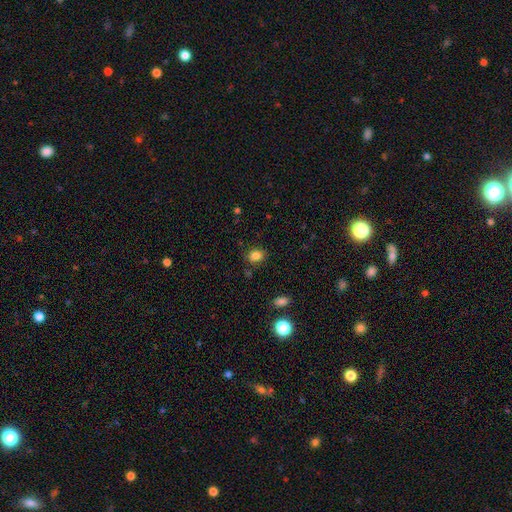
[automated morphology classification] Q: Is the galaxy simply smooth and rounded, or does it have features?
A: smooth — 84%.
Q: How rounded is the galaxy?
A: in between — 55%.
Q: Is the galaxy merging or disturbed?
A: none — 81%.